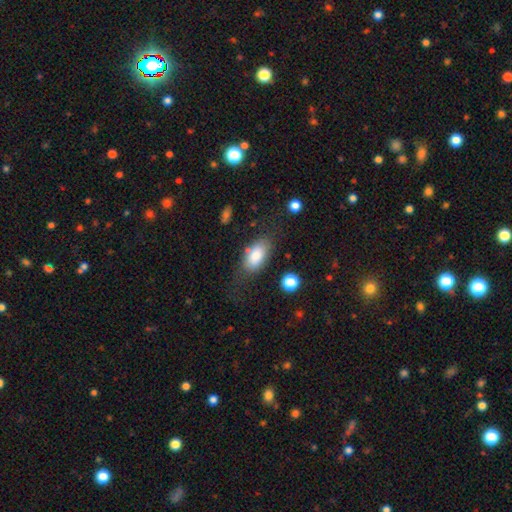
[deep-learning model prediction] Smooth or featured: smooth — 81% (featured or disk — 13%)
How rounded: in between — 92% (round — 5%)
Merging: none — 62% (minor disturbance — 21%)